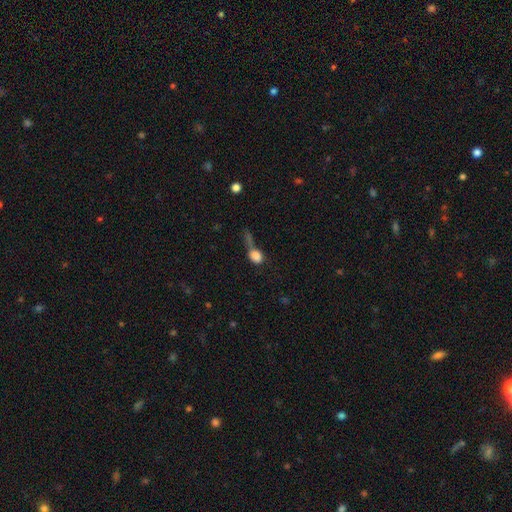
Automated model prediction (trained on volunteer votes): Smooth or featured: smooth — 78% (featured or disk — 11%)
How rounded: in between — 57% (round — 39%)
Merging: merger — 32% (major disturbance — 29%)